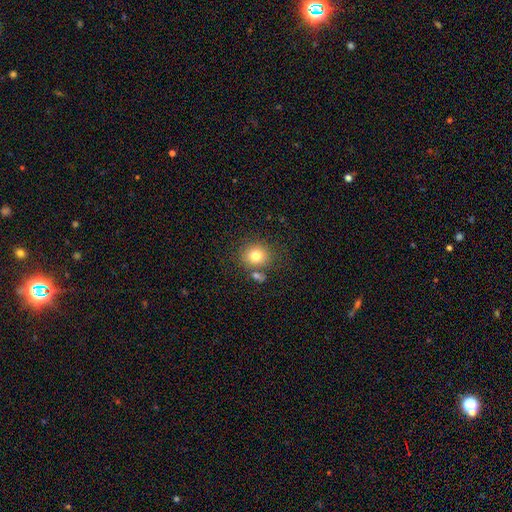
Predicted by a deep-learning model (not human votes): Smooth or featured?
  - smooth: 79% *
  - star or artifact: 12%
  - featured or disk: 10%
How rounded?
  - round: 79% *
  - in between: 20%
  - cigar-shaped: 1%
Merging?
  - none: 72% *
  - merger: 14%
  - minor disturbance: 11%
  - major disturbance: 4%